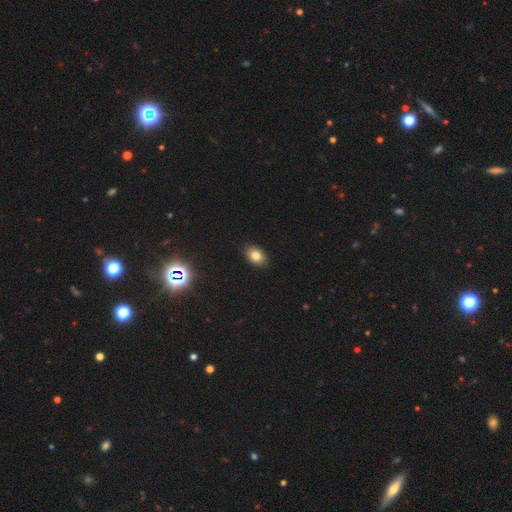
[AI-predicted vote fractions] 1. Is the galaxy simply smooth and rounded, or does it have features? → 81% smooth, 11% star or artifact, 8% featured or disk.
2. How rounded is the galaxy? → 81% in between, 17% round, 1% cigar-shaped.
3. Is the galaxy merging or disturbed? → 88% none, 9% minor disturbance, 2% major disturbance, 1% merger.